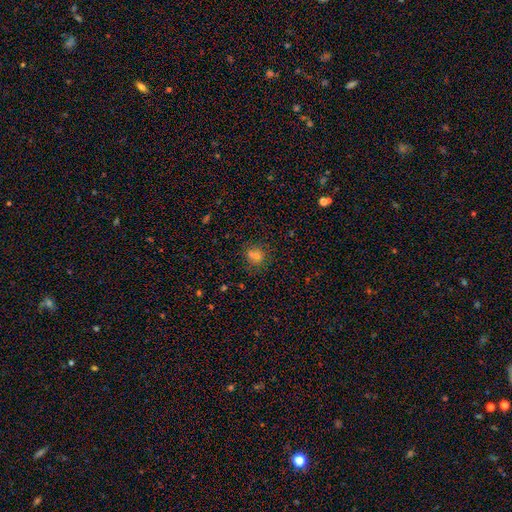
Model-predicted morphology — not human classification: Smooth or featured? smooth (62%)
How rounded? round (83%)
Merging? none (63%)